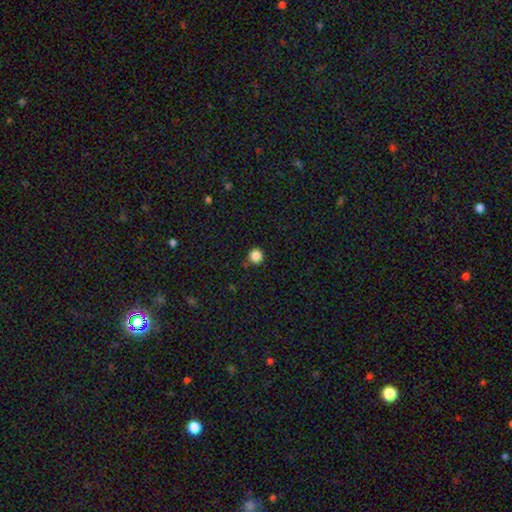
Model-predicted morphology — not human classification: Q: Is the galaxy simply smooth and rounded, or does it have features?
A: smooth — 85%.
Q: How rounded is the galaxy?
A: round — 94%.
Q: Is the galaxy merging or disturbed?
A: none — 86%.